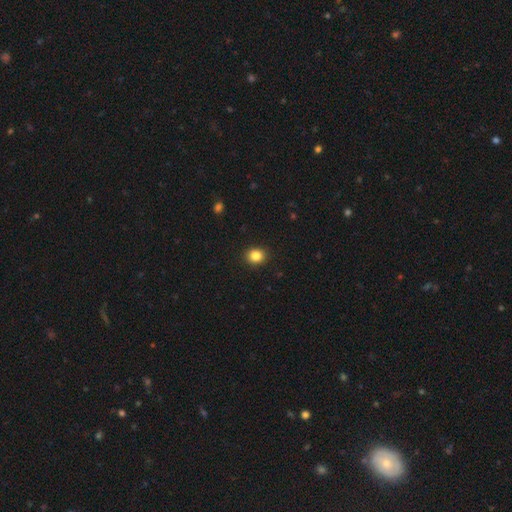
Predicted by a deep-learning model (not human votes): Smooth or featured? smooth (84%)
How rounded? round (75%)
Merging? none (91%)